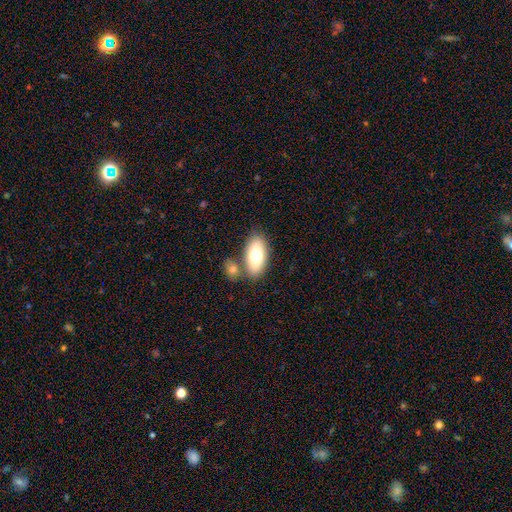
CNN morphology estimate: Smooth or featured? smooth (74%)
How rounded? in between (92%)
Merging? none (69%)